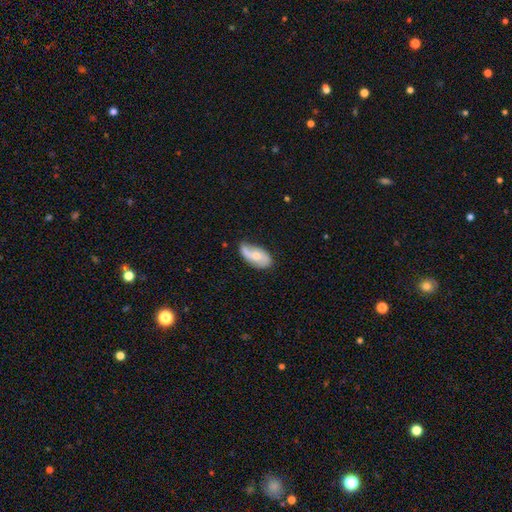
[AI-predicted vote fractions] Smooth or featured: featured or disk — 47% (tied with smooth — 47%)
Merging: none — 47% (minor disturbance — 37%)